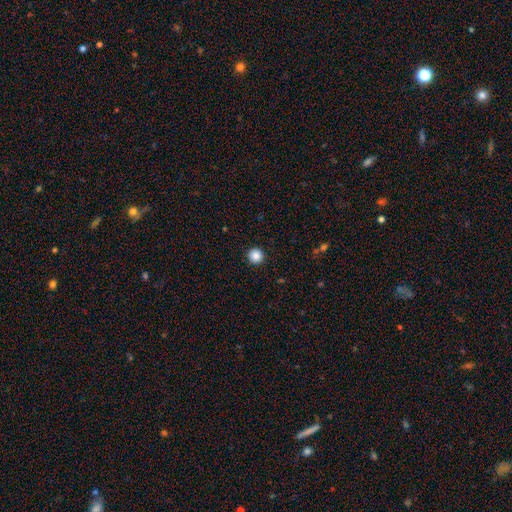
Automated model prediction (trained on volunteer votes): Morphology: type=smooth (87%); roundness=round (96%); merging=none (93%).